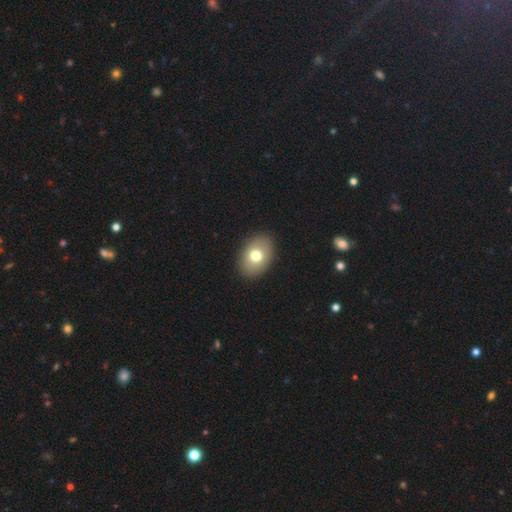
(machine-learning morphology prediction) This appears to be a smooth galaxy with no disk features (73%) that is in between round and cigar-shaped (78%). Merging: none (90%).